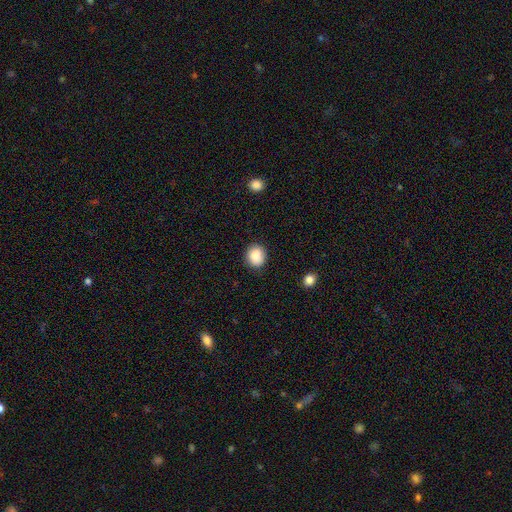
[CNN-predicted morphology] Smooth or featured? smooth (87%)
How rounded? round (74%)
Merging? none (86%)